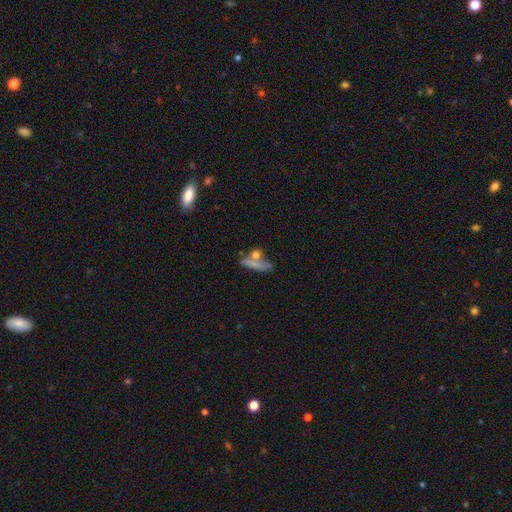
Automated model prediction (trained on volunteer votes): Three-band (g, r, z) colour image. It shows a smooth galaxy with no disk features (69%) that is cigar-shaped (50%). Merging: none (51%).